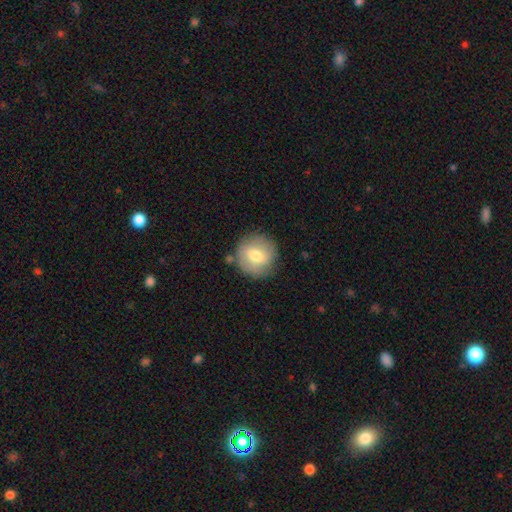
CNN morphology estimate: smooth 69%, featured or disk 24%, star or artifact 7%. Down the decision tree: how rounded — round (94%); merging — none (79%).